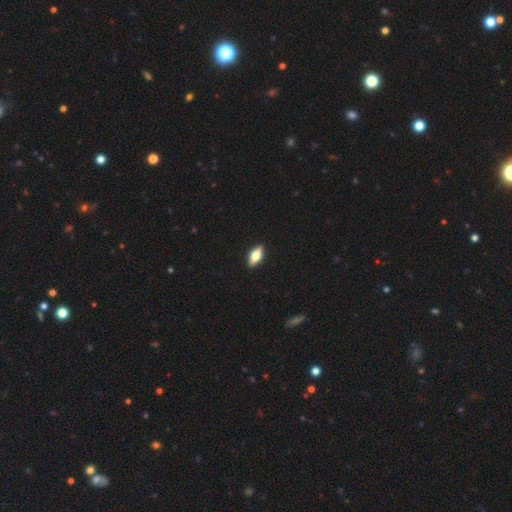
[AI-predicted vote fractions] Smooth or featured? smooth (58%)
How rounded? in between (76%)
Merging? none (90%)